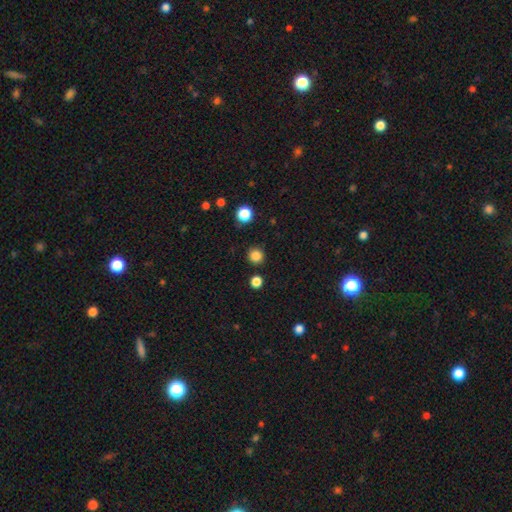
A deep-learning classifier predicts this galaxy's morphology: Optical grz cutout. It shows a smooth galaxy with no disk features (84%) that is round (94%). Merging: none (89%).